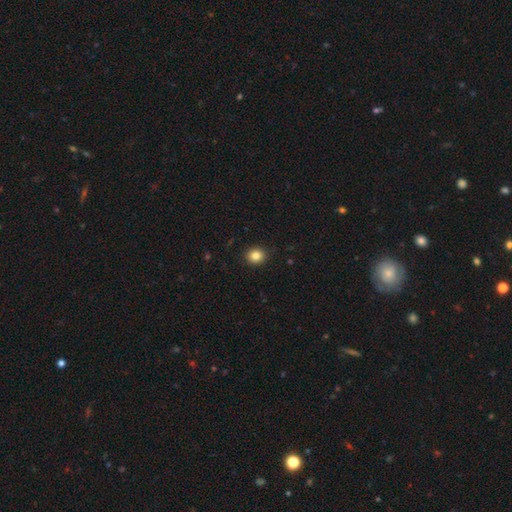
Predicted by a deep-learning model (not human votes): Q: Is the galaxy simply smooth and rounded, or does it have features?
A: smooth — 85%.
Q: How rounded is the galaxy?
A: round — 77%.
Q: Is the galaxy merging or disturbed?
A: none — 91%.